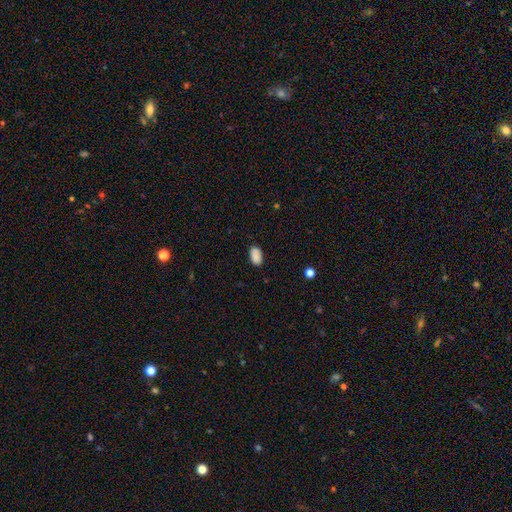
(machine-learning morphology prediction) A smooth galaxy with no disk features (87%) that is in between round and cigar-shaped (93%).

Vote fractions:
- Smooth or featured? smooth: 87% / star or artifact: 8% / featured or disk: 4%
- How rounded? in between: 93% / round: 5% / cigar-shaped: 2%
- Merging? none: 82% / minor disturbance: 14% / major disturbance: 3% / merger: 2%